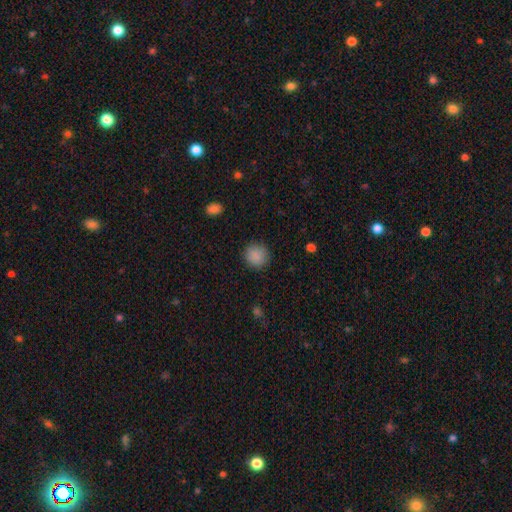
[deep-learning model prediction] smooth 88%, star or artifact 9%, featured or disk 3%. Down the decision tree: how rounded — round (91%); merging — none (89%).